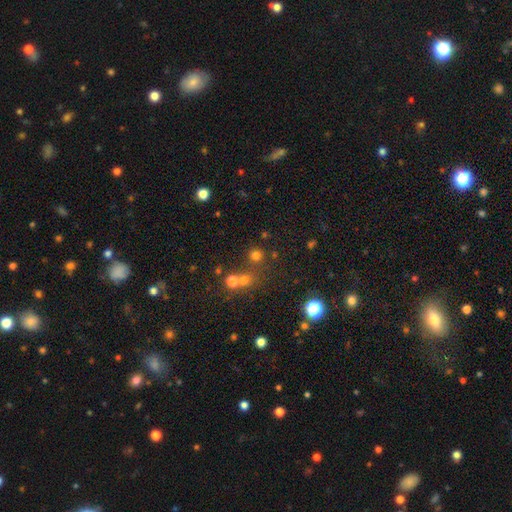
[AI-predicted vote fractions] Smooth or featured? smooth (72%)
How rounded? round (92%)
Merging? none (75%)